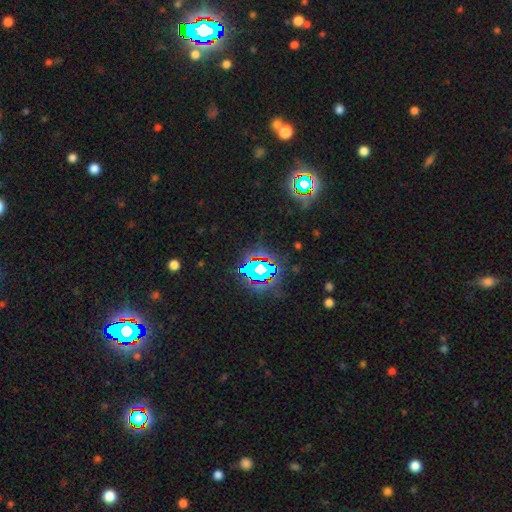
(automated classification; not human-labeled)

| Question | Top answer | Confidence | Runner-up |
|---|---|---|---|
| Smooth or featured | star or artifact | 81% | smooth (11%) |